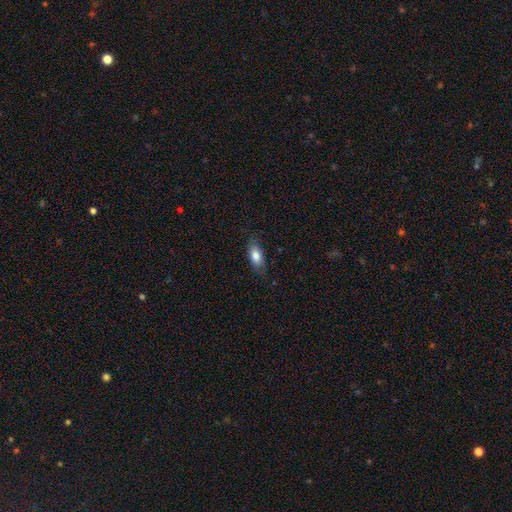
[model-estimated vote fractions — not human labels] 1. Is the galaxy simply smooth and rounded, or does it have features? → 80% smooth, 13% featured or disk, 7% star or artifact.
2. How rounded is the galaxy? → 84% in between, 13% cigar-shaped, 3% round.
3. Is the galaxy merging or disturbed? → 79% none, 16% minor disturbance, 4% major disturbance, 1% merger.